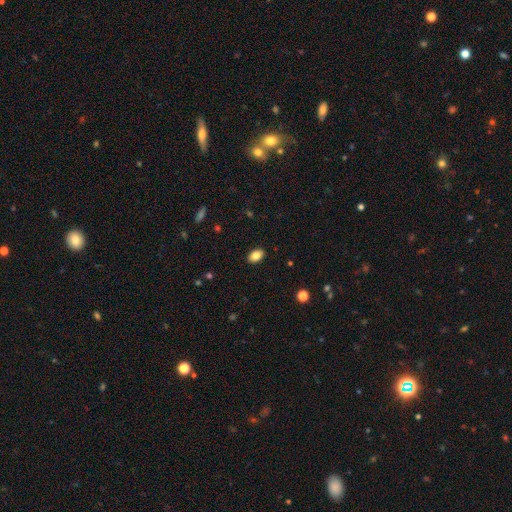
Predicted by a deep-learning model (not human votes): Smooth or featured? smooth (85%)
How rounded? in between (87%)
Merging? none (89%)